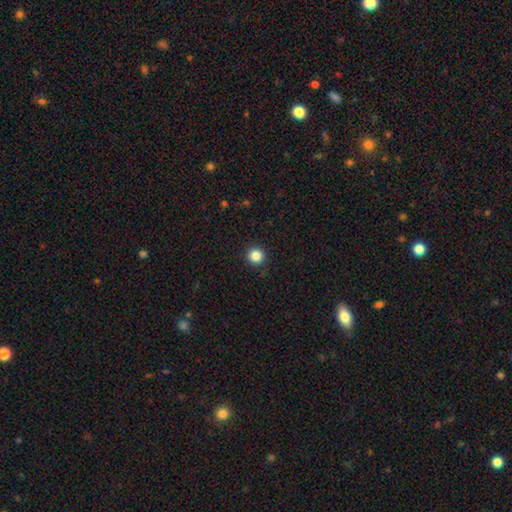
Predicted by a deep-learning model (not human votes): Smooth or featured? smooth (85%)
How rounded? round (95%)
Merging? none (92%)